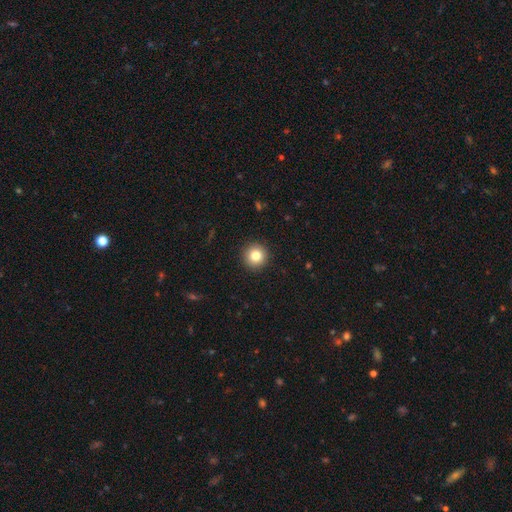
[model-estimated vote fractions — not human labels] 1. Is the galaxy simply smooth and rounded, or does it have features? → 82% smooth, 10% star or artifact, 7% featured or disk.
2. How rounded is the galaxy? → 96% round, 3% in between, 1% cigar-shaped.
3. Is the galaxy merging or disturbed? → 93% none, 5% minor disturbance, 2% major disturbance, 1% merger.